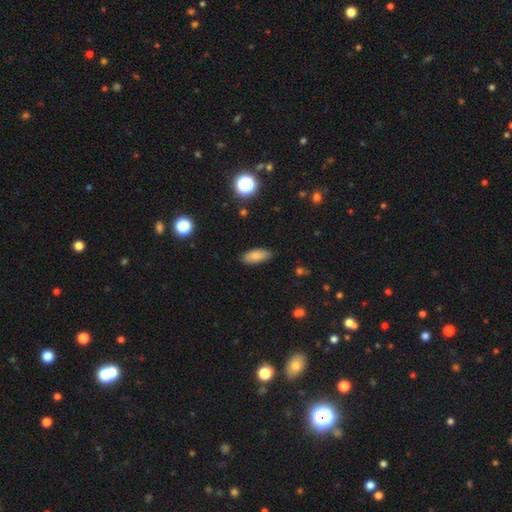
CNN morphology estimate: This is clearly a smooth galaxy (81%). How rounded: clearly in between (85%). Merging: clearly none (84%).